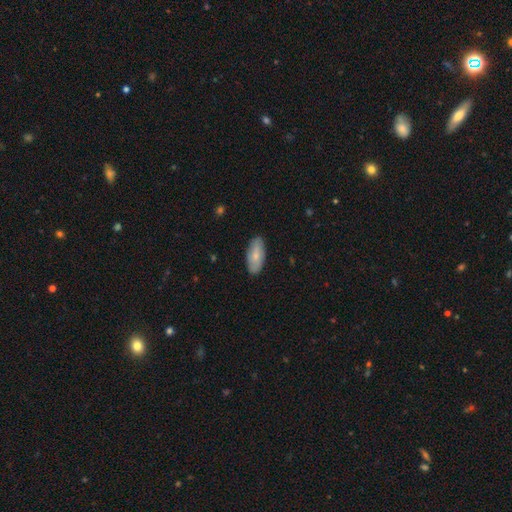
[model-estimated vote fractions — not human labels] Smooth or featured?
  - smooth: 73% *
  - featured or disk: 21%
  - star or artifact: 6%
How rounded?
  - in between: 86% *
  - cigar-shaped: 12%
  - round: 2%
Merging?
  - none: 85% *
  - minor disturbance: 12%
  - major disturbance: 2%
  - merger: 1%